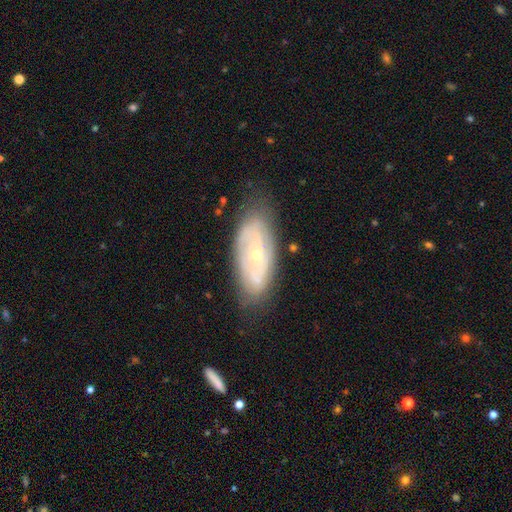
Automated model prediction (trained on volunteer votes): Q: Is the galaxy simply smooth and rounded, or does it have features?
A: featured or disk — 71%.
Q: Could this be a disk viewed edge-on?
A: no — 89%.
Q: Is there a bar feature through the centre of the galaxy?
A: no — 78%.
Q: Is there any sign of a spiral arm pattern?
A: yes — 64%.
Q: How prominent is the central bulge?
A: small — 73%.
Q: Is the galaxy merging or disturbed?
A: none — 73%.